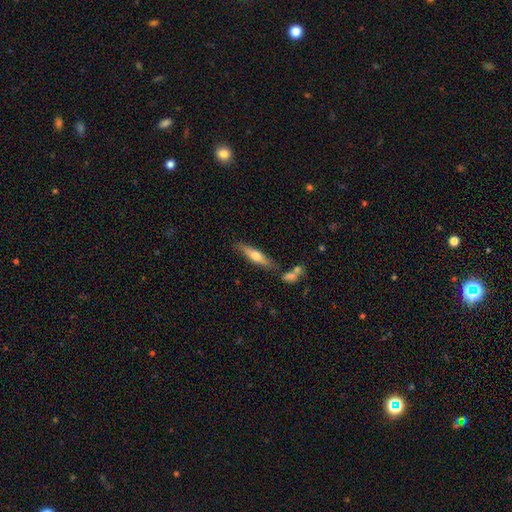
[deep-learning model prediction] smooth_or_featured: featured or disk (p=0.48) [alt: smooth p=0.46]
merging: none (p=0.78) [alt: minor disturbance p=0.12]